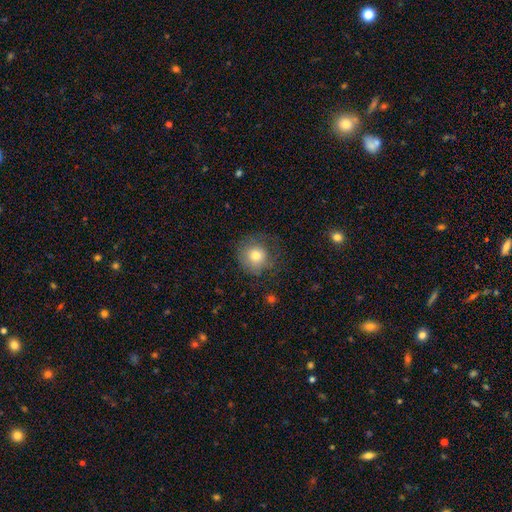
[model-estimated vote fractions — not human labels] A smooth galaxy with no disk features (78%) that is round (90%).

Vote fractions:
- Smooth or featured? smooth: 78% / featured or disk: 12% / star or artifact: 10%
- How rounded? round: 90% / in between: 9% / cigar-shaped: 1%
- Merging? none: 65% / minor disturbance: 20% / major disturbance: 13% / merger: 2%